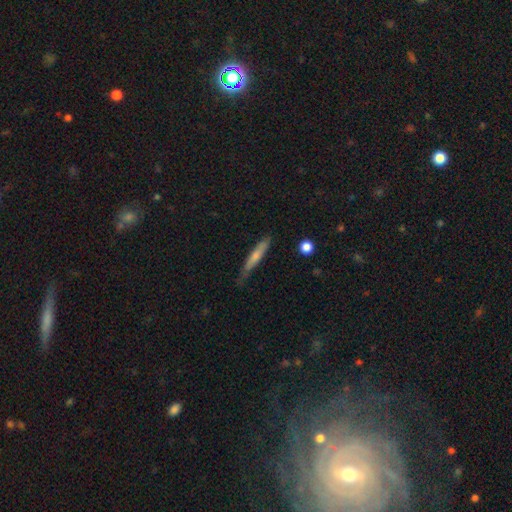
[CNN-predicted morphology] Smooth or featured? Predicted: smooth (p=0.62). How rounded? Predicted: cigar-shaped (p=0.91). Merging? Predicted: none (p=0.67).